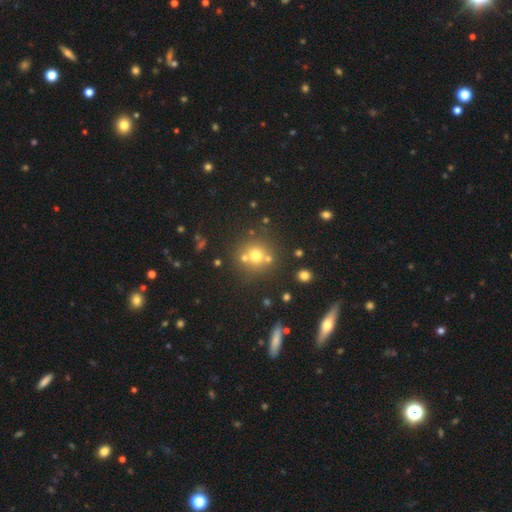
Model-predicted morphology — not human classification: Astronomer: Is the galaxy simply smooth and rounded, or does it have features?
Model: smooth — 61%.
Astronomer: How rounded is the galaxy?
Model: round — 89%.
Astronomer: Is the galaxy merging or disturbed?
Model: none — 61%.